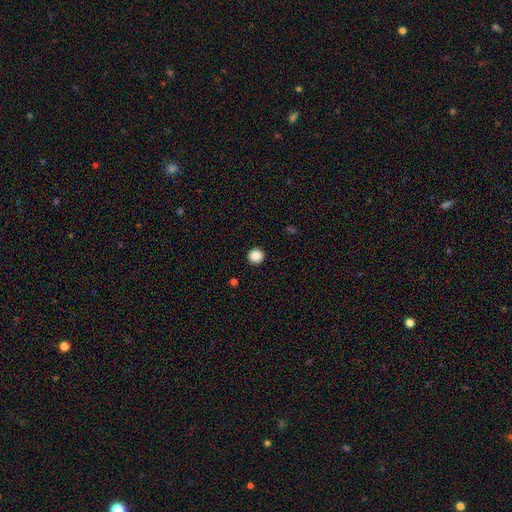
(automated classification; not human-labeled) smooth 88%, star or artifact 10%, featured or disk 2%. Down the decision tree: how rounded — round (95%); merging — none (93%).